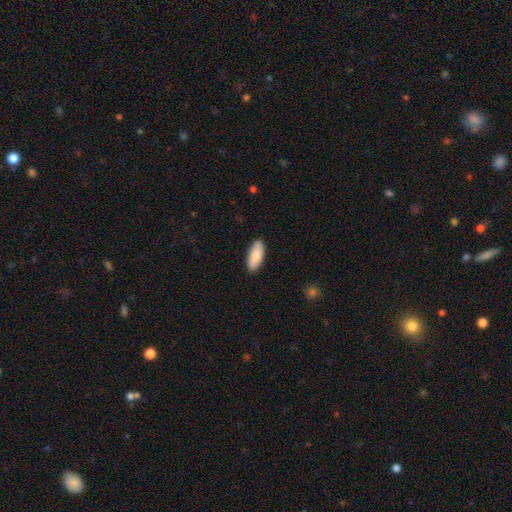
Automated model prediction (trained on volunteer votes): Smooth or featured?
  - smooth: 86% *
  - featured or disk: 8%
  - star or artifact: 5%
How rounded?
  - in between: 81% *
  - cigar-shaped: 17%
  - round: 2%
Merging?
  - none: 88% *
  - minor disturbance: 10%
  - major disturbance: 2%
  - merger: 1%